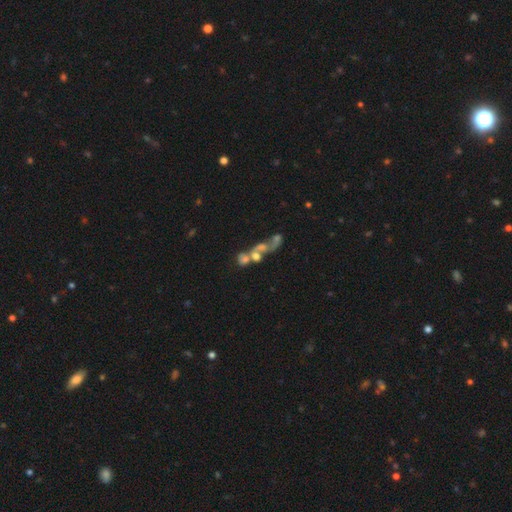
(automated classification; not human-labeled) A smooth galaxy with no disk features (44%). Merging: merger (65%).